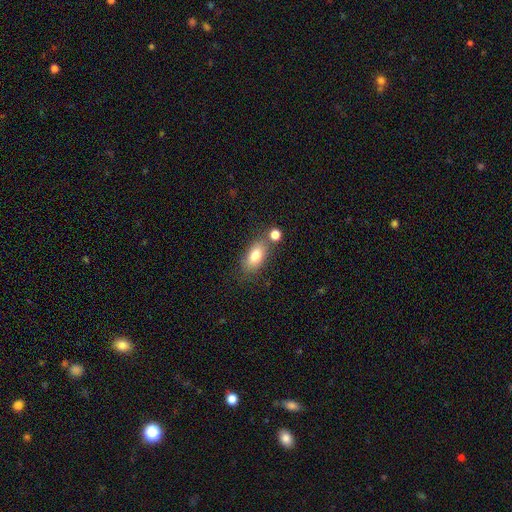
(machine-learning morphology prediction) This is likely a smooth galaxy (77%). How rounded: clearly in between (85%). Merging: likely none (64%).